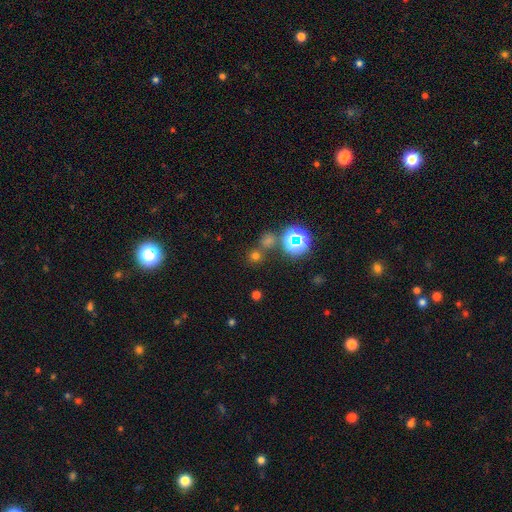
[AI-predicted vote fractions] This appears to be a smooth galaxy with no disk features (57%) that is round (89%). Merging: none (69%).